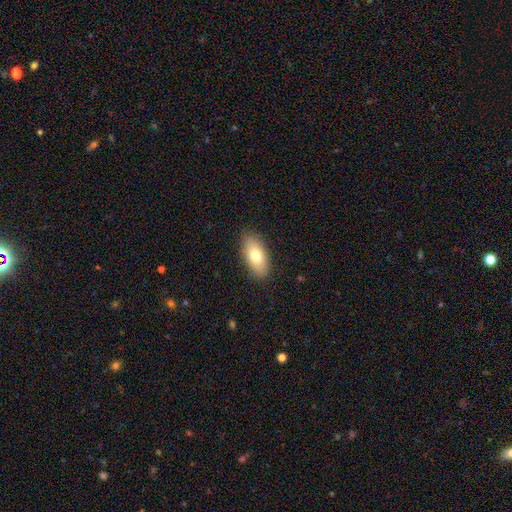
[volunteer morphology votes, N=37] A smooth galaxy with no disk features (78%) that is in between round and cigar-shaped (93%).

Vote fractions:
- Smooth or featured? smooth: 78% / featured or disk: 16% / star or artifact: 5%
- How rounded? in between: 93% / cigar-shaped: 7% / round: 0%
- Merging? none: 91% / minor disturbance: 6% / major disturbance: 3% / merger: 0%